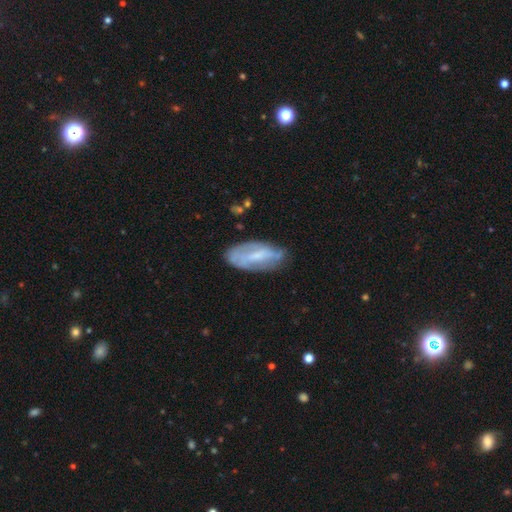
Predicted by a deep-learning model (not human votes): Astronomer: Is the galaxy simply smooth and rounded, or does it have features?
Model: featured or disk — 55% (runner-up: smooth, 38%).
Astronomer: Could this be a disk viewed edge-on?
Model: no — 85%.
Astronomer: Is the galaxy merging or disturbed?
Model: none — 65%.